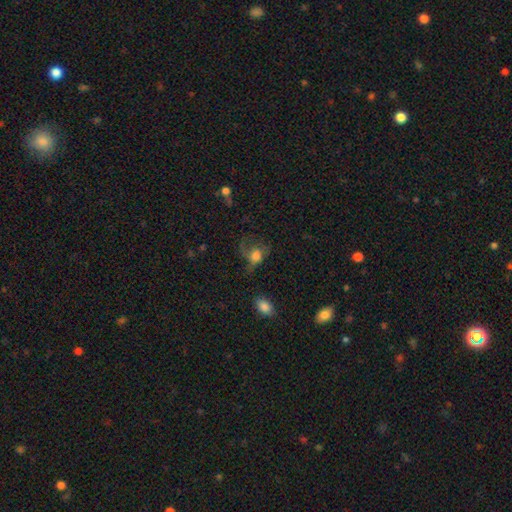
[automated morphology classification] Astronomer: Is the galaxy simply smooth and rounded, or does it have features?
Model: smooth — 57%.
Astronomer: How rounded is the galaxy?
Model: round — 57% (runner-up: in between, 42%).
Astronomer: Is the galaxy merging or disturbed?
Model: major disturbance — 45% (runner-up: none, 32%).